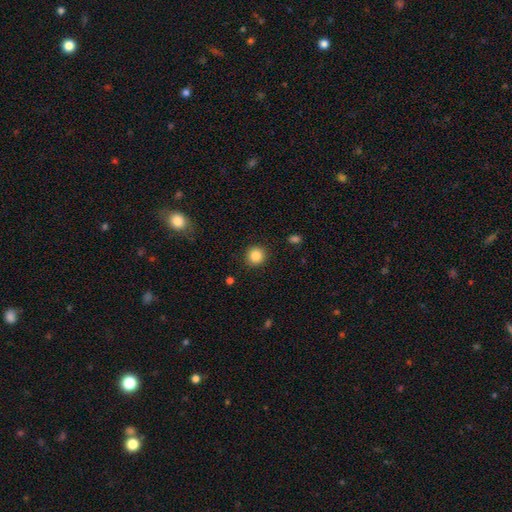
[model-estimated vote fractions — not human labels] A smooth galaxy with no disk features (85%) that is round (91%). Merging: none (90%).